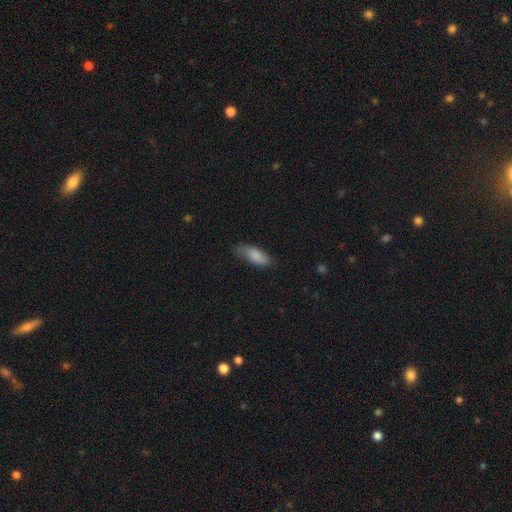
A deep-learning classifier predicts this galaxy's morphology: Smooth or featured: smooth — 84% (featured or disk — 10%)
How rounded: in between — 76% (cigar-shaped — 21%)
Merging: none — 63% (minor disturbance — 29%)